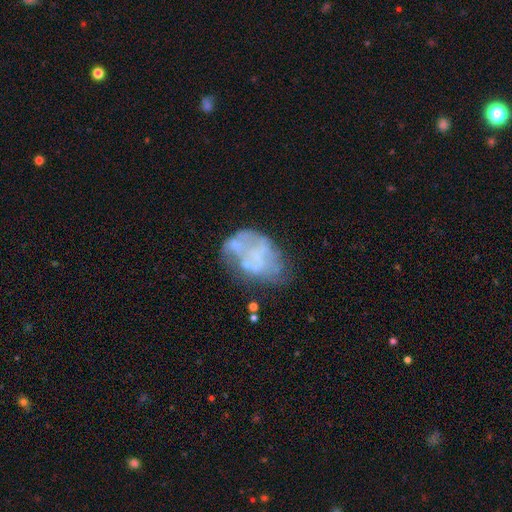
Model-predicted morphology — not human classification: Smooth or featured? featured or disk (61%)
Edge-on disk? no (98%)
Bar? no (89%)
Spiral arms? no (86%)
Bulge size? none (68%)
Merging? none (37%)